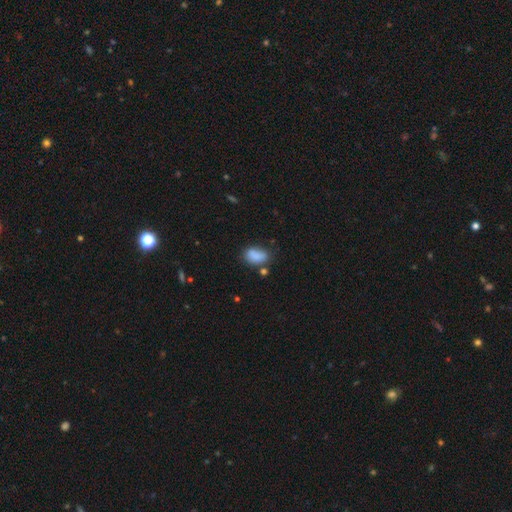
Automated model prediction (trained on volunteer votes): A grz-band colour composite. It shows a smooth galaxy with no disk features (85%) that is in between round and cigar-shaped (87%). Merging: none (61%).